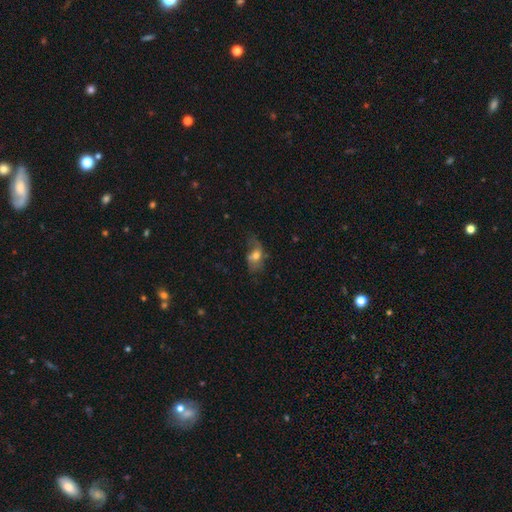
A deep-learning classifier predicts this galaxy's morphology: smooth-or-featured: smooth: 55% | featured or disk: 35% | star or artifact: 11%
  how-rounded: in between: 82% | round: 14% | cigar-shaped: 4%
  merging: none: 39% | minor disturbance: 30% | major disturbance: 26% | merger: 5%